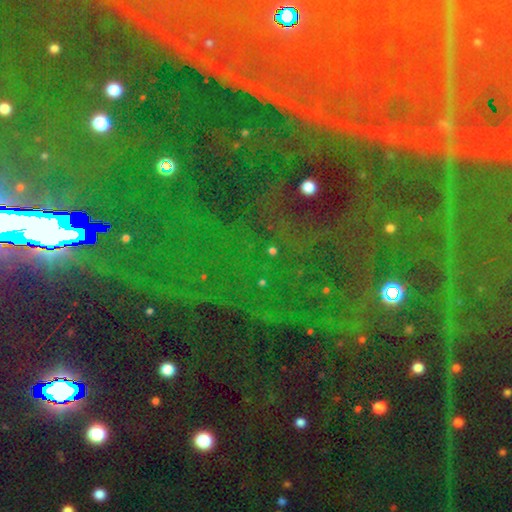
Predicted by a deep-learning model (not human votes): Smooth or featured? star or artifact (84%)